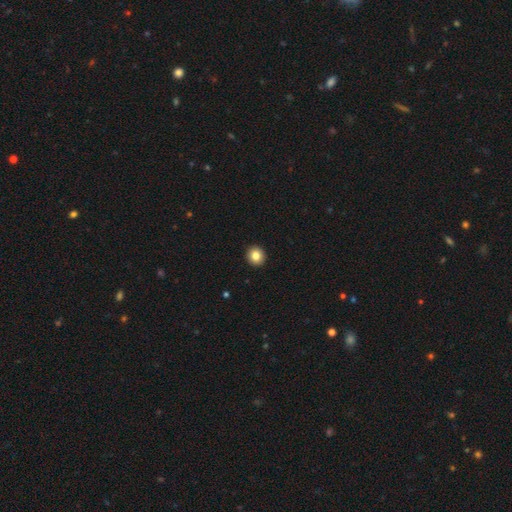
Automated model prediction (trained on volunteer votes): This appears to be a smooth galaxy with no disk features (84%) that is round (90%). Merging: none (93%).